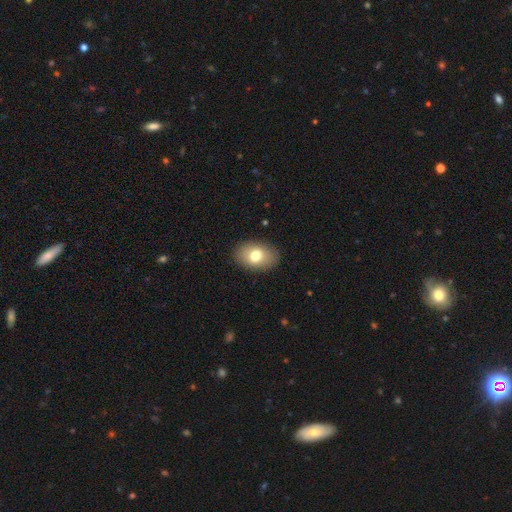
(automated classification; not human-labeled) smooth 75%, featured or disk 17%, star or artifact 8%. Down the decision tree: how rounded — in between (85%); merging — none (88%).